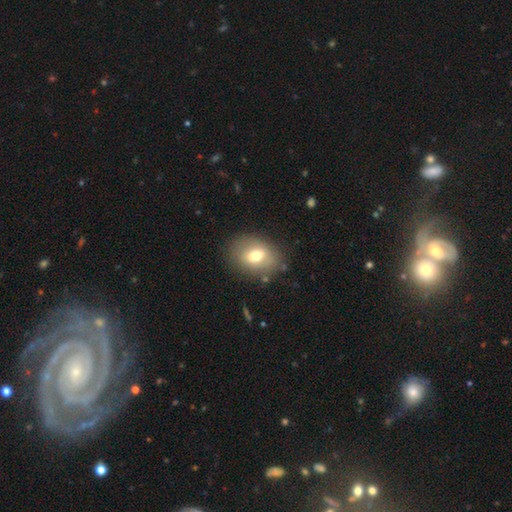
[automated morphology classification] smooth_or_featured: smooth (p=0.67) [alt: featured or disk p=0.24]
how_rounded: in between (p=0.72) [alt: round p=0.26]
merging: none (p=0.80) [alt: minor disturbance p=0.13]